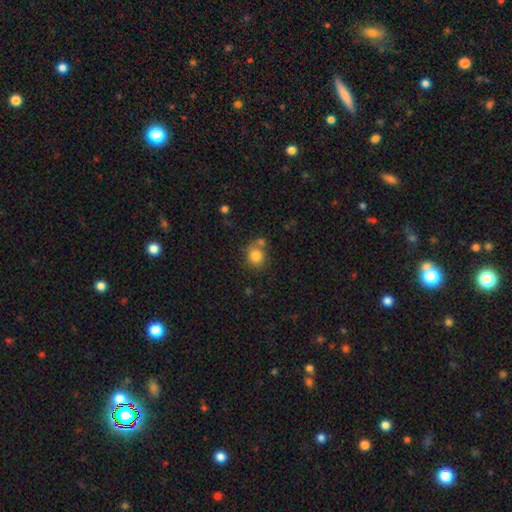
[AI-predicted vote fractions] Overall: smooth (82%). How rounded: round (76%). Merging: none (57%; merger 25%).